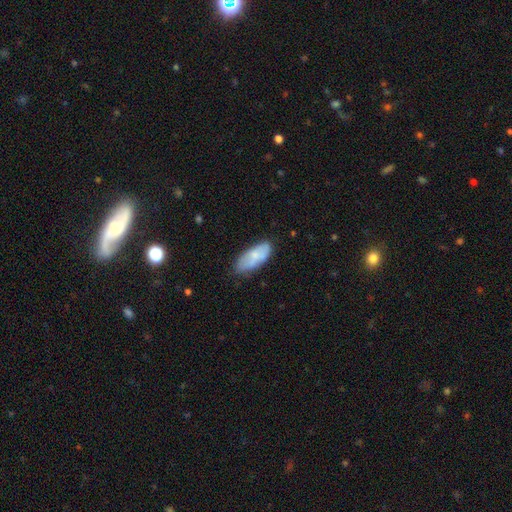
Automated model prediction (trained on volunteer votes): A smooth galaxy with no disk features (68%) that is in between round and cigar-shaped (84%).

Vote fractions:
- Smooth or featured? smooth: 68% / featured or disk: 25% / star or artifact: 6%
- How rounded? in between: 84% / cigar-shaped: 14% / round: 2%
- Merging? none: 63% / minor disturbance: 27% / major disturbance: 6% / merger: 4%